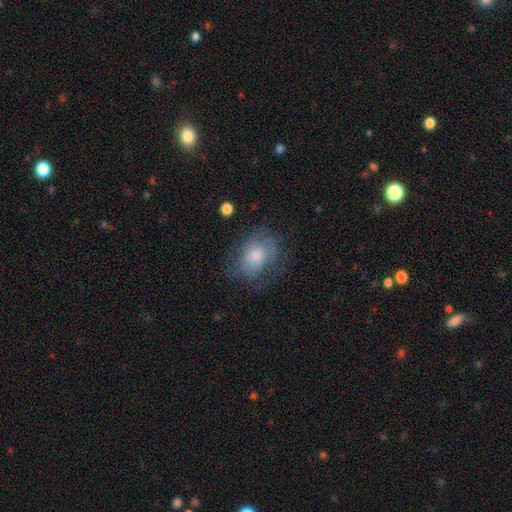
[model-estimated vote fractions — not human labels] Smooth or featured: smooth — 49% (featured or disk — 41%)
Merging: none — 60% (minor disturbance — 23%)